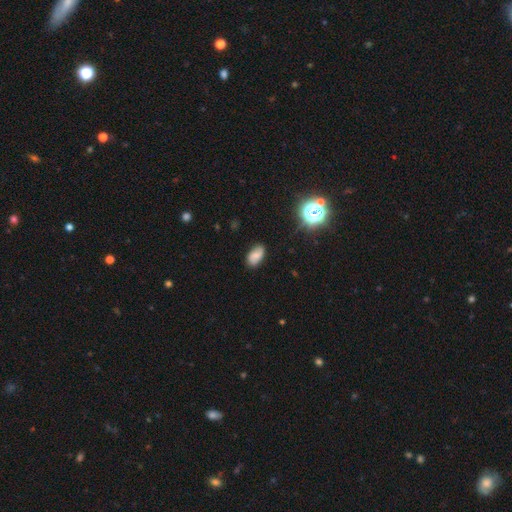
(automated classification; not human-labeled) The model was most divided on "smooth or featured": smooth: 75%, star or artifact: 12%, featured or disk: 12%. More confident: how rounded — in between (92%); merging — none (81%).